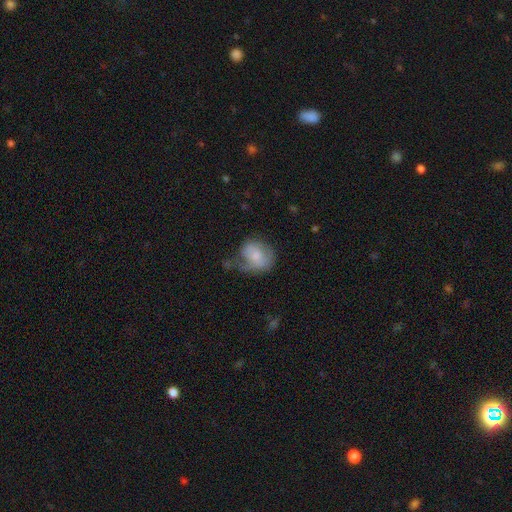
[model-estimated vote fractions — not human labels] Q: Smooth or featured?
A: smooth (60%); runner-up: featured or disk (32%)
Q: How rounded?
A: round (56%); runner-up: in between (43%)
Q: Merging?
A: none (33%); tied with: minor disturbance (33%)